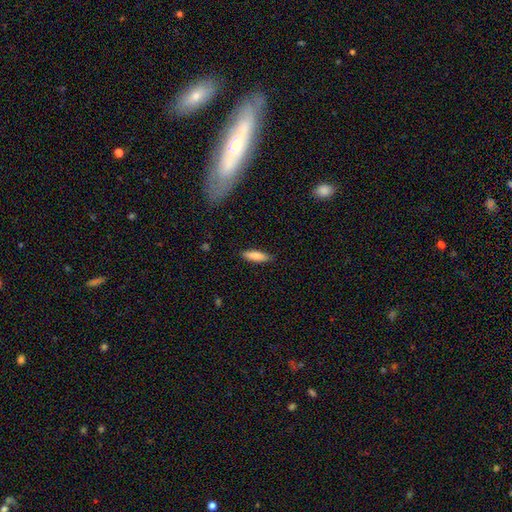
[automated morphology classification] This is clearly a smooth galaxy (83%). How rounded: possibly cigar-shaped (60%). Merging: clearly none (87%).